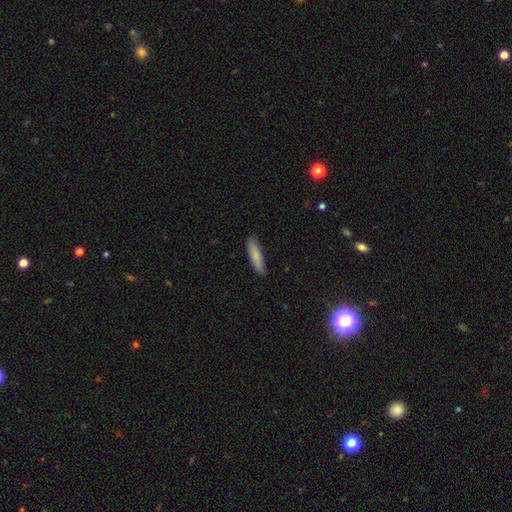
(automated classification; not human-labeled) A smooth galaxy with no disk features (81%) that is cigar-shaped (77%). Merging: none (85%).